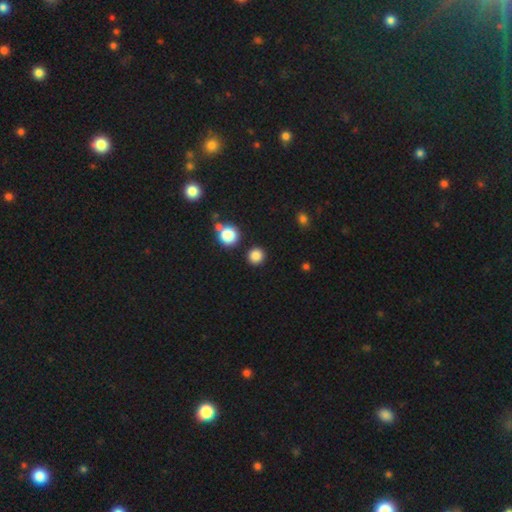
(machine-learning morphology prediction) smooth-or-featured: smooth: 83% | star or artifact: 13% | featured or disk: 4%
  how-rounded: round: 92% | in between: 7% | cigar-shaped: 1%
  merging: none: 88% | minor disturbance: 6% | merger: 3% | major disturbance: 2%